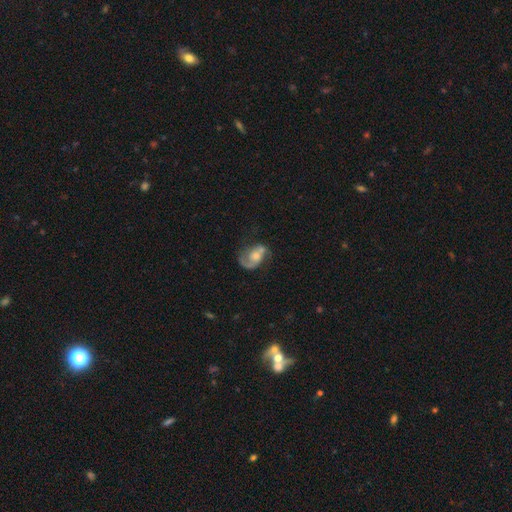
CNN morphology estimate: Smooth or featured? featured or disk (68%)
Edge-on disk? no (97%)
Bar? no (68%)
Spiral arms? yes (84%)
Spiral winding? medium (43%)
Spiral arm count? 2 (56%)
Bulge size? moderate (49%)
Merging? none (43%)